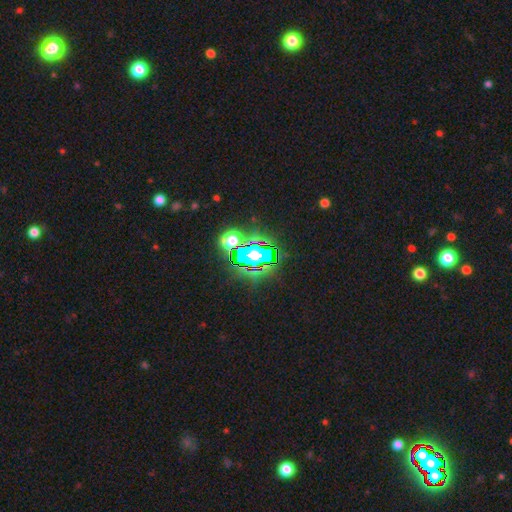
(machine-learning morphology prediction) Q: Smooth or featured?
A: star or artifact (66%); runner-up: smooth (19%)